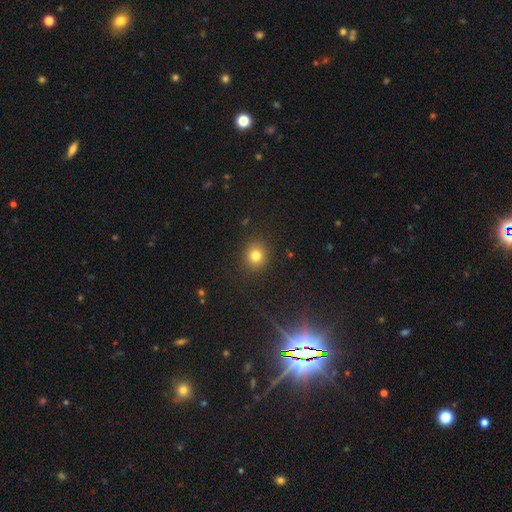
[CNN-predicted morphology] The model was most divided on "smooth or featured": smooth: 79%, star or artifact: 14%, featured or disk: 7%. More confident: merging — none (90%); how rounded — round (87%).